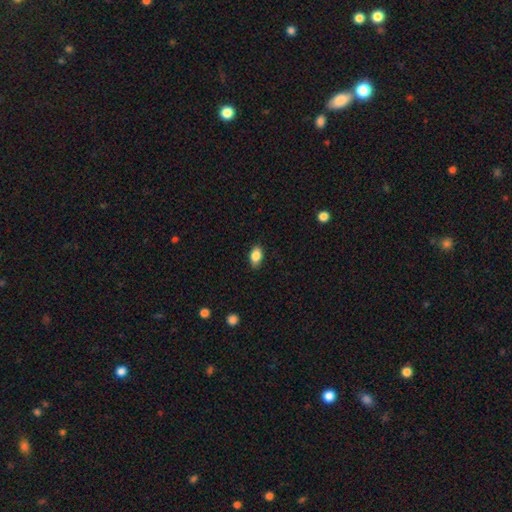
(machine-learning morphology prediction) Q: Smooth or featured?
A: smooth (86%); runner-up: star or artifact (8%)
Q: How rounded?
A: in between (89%); runner-up: round (8%)
Q: Merging?
A: none (86%); runner-up: minor disturbance (11%)